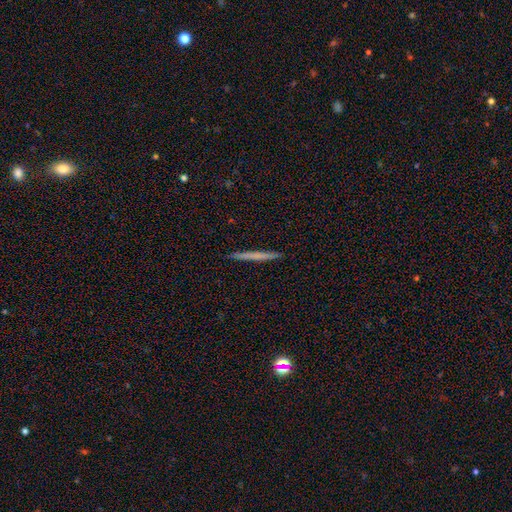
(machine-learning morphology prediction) smooth 59%, featured or disk 35%, star or artifact 6%. Down the decision tree: how rounded — cigar-shaped (97%); merging — none (93%).